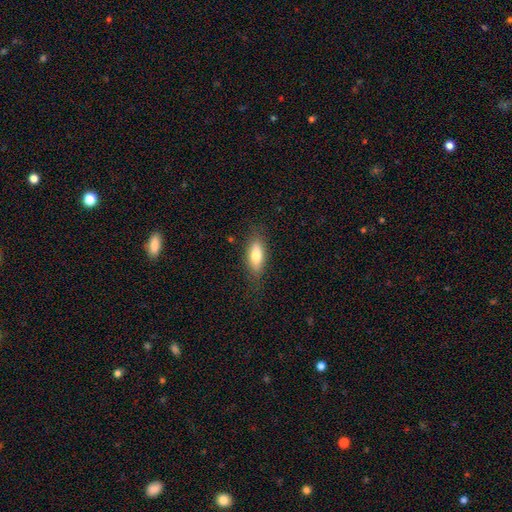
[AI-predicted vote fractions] The model was most divided on "smooth or featured": smooth: 73%, featured or disk: 20%, star or artifact: 7%. More confident: merging — none (80%); how rounded — in between (75%).